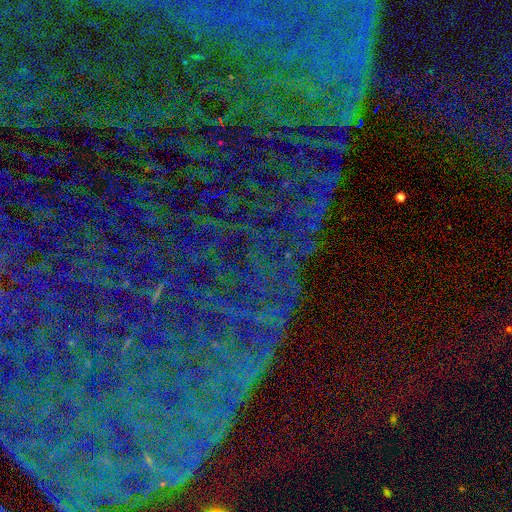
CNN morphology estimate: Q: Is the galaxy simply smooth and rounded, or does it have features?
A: star or artifact — 84%.